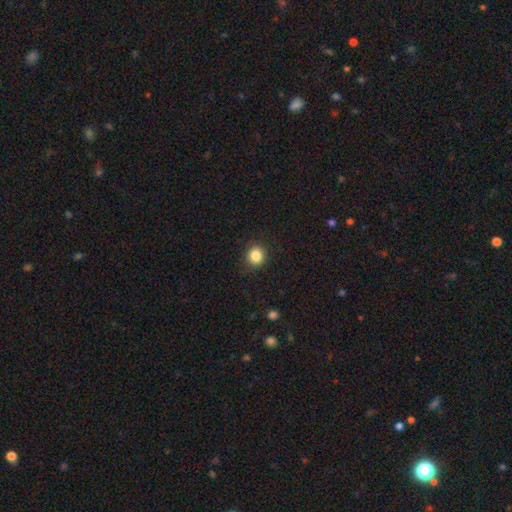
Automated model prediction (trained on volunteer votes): The model was most divided on "how rounded": round: 86%, in between: 13%, cigar-shaped: 1%. More confident: merging — none (88%); smooth or featured — smooth (85%).